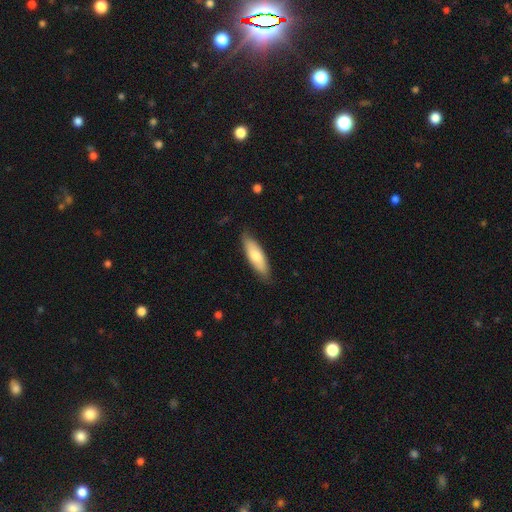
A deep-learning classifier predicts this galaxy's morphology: Overall: smooth (71%). How rounded: in between (51%; cigar-shaped 47%). Merging: none (82%).